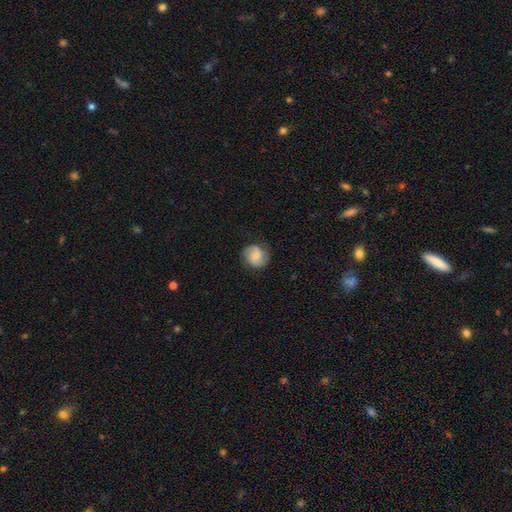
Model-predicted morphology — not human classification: Smooth or featured: smooth — 66% (featured or disk — 26%)
How rounded: round — 83% (in between — 16%)
Merging: none — 77% (minor disturbance — 17%)